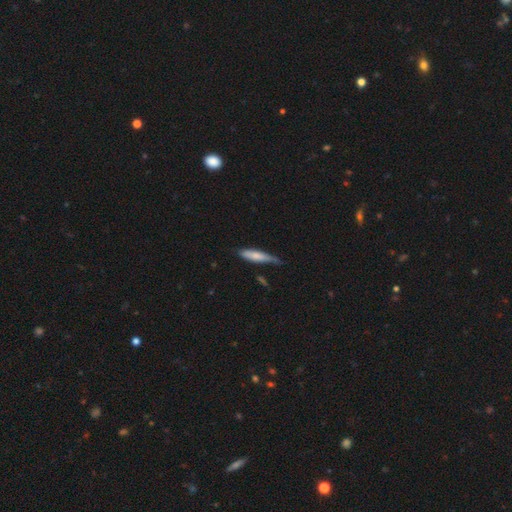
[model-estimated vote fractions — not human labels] Smooth or featured: smooth — 70% (featured or disk — 24%)
How rounded: cigar-shaped — 76% (in between — 22%)
Merging: none — 51% (minor disturbance — 37%)